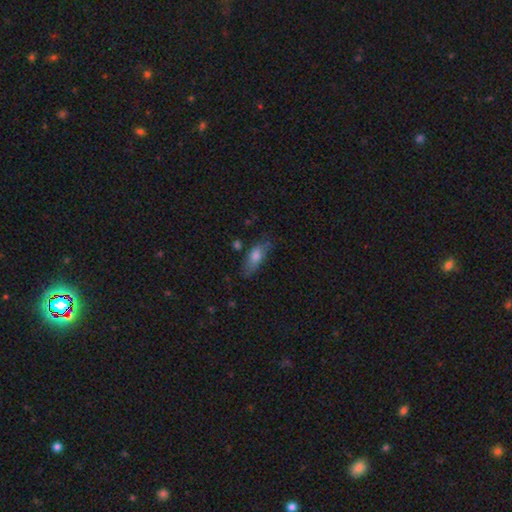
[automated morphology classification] Q: Smooth or featured?
A: smooth (70%); runner-up: featured or disk (22%)
Q: How rounded?
A: in between (68%); runner-up: cigar-shaped (28%)
Q: Merging?
A: none (62%); runner-up: minor disturbance (26%)